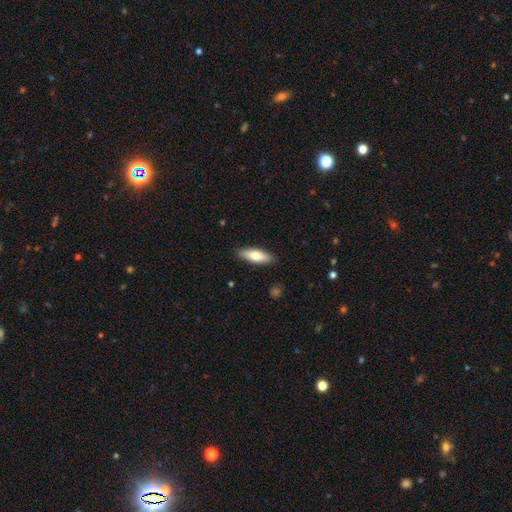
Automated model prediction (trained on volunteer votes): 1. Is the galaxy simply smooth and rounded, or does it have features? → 74% smooth, 21% featured or disk, 6% star or artifact.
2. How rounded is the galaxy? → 55% in between, 43% cigar-shaped, 2% round.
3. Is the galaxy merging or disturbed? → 89% none, 8% minor disturbance, 2% major disturbance, 1% merger.